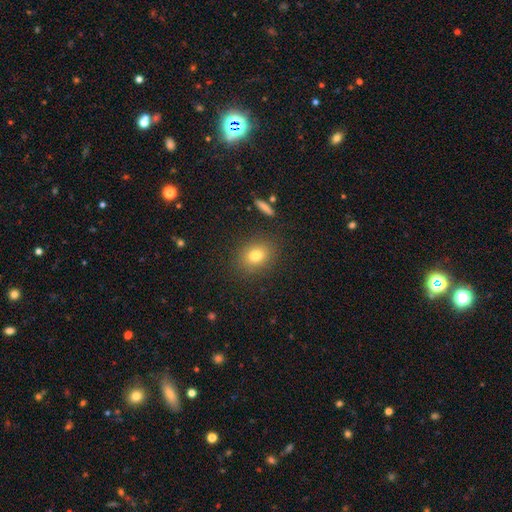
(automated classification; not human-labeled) A smooth galaxy with no disk features (78%) that is in between round and cigar-shaped (52%). Merging: none (85%).